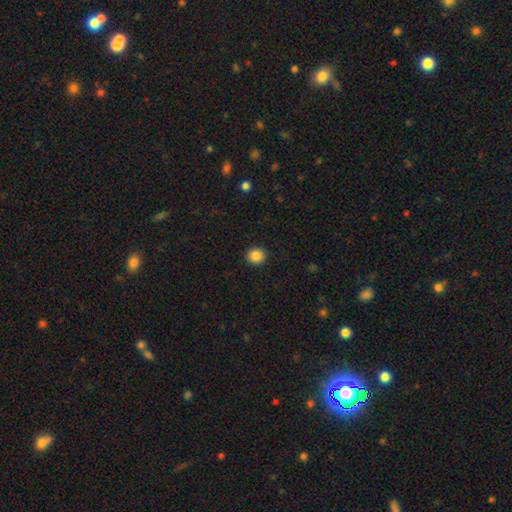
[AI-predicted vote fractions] smooth_or_featured: smooth (p=0.86) [alt: star or artifact p=0.10]
how_rounded: round (p=0.88) [alt: in between p=0.11]
merging: none (p=0.92) [alt: minor disturbance p=0.05]